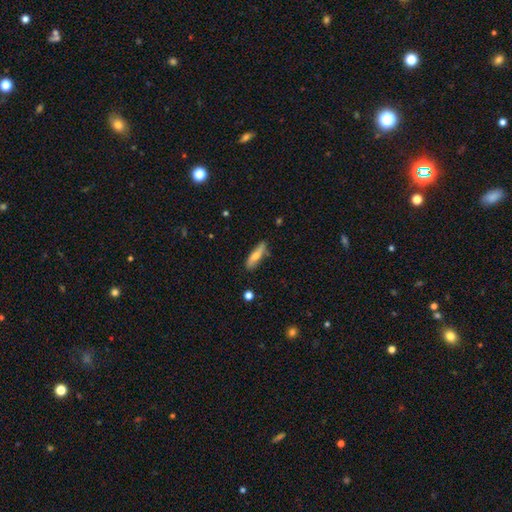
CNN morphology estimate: Smooth or featured: smooth — 64% (featured or disk — 30%)
How rounded: cigar-shaped — 68% (in between — 30%)
Merging: none — 79% (minor disturbance — 16%)